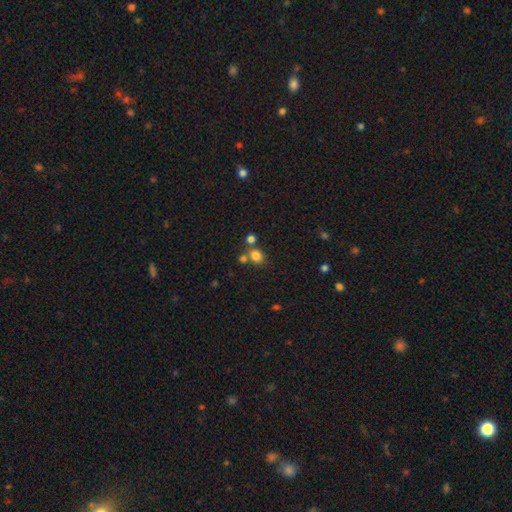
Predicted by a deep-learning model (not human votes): A smooth galaxy with no disk features (78%) that is round (66%). Merging: none (60%).